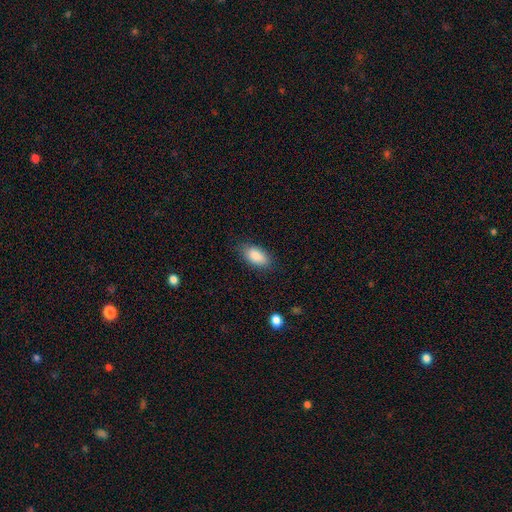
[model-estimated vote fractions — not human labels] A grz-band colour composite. It shows a smooth galaxy with no disk features (87%) that is in between round and cigar-shaped (92%). Merging: none (80%).